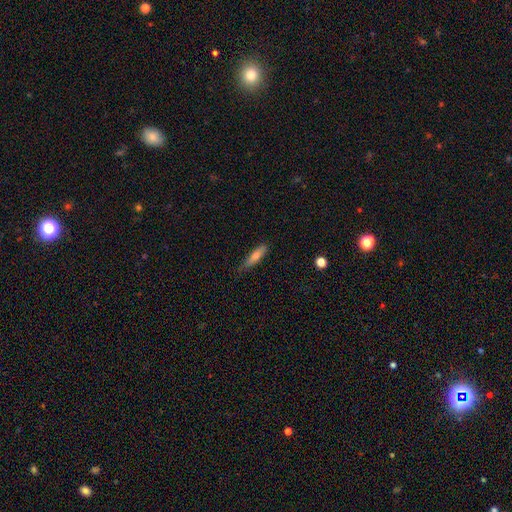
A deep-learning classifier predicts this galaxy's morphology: A smooth galaxy with no disk features (63%) that is cigar-shaped (76%). Merging: none (73%).